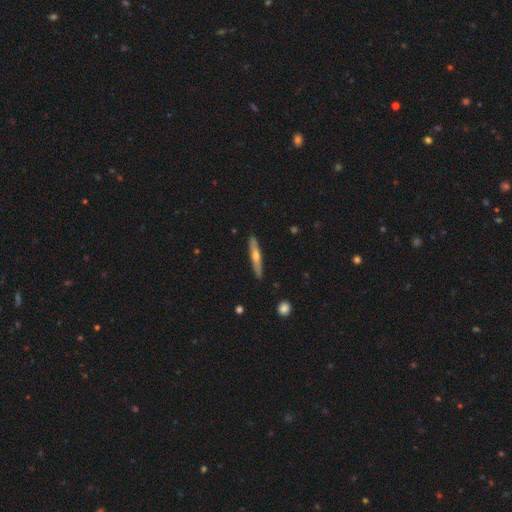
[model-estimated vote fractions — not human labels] A featured or disk galaxy (52%) viewed edge-on (92%).

Vote fractions:
- Smooth or featured? featured or disk: 52% / smooth: 43% / star or artifact: 6%
- Edge-on disk? yes: 92% / no: 8%
- Merging? none: 88% / minor disturbance: 9% / major disturbance: 2% / merger: 1%